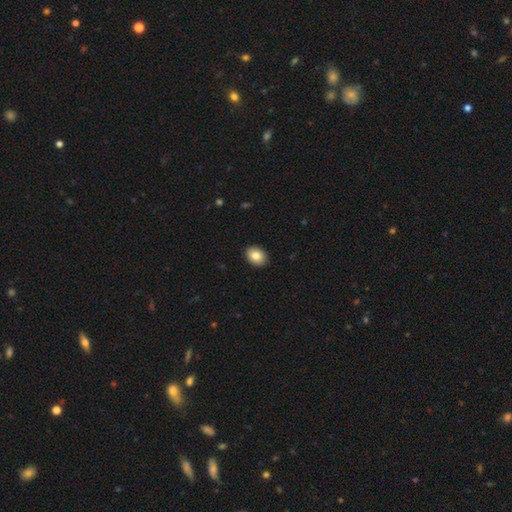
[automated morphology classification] The model was most divided on "how rounded": in between: 70%, round: 30%, cigar-shaped: 1%. More confident: merging — none (91%); smooth or featured — smooth (84%).